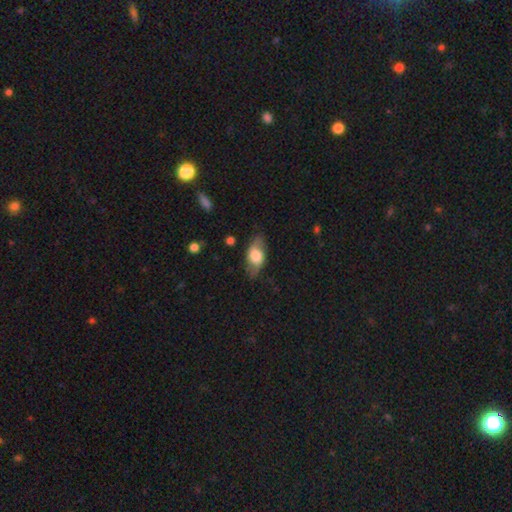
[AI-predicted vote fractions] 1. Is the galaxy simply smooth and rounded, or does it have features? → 60% smooth, 33% featured or disk, 7% star or artifact.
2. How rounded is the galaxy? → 86% in between, 8% round, 6% cigar-shaped.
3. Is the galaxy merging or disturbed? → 73% none, 19% minor disturbance, 6% major disturbance, 1% merger.